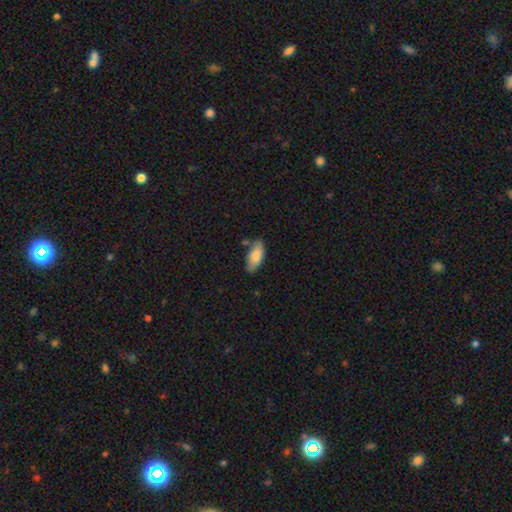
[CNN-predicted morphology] Smooth or featured? Predicted: smooth (p=0.81). How rounded? Predicted: in between (p=0.84). Merging? Predicted: none (p=0.73).